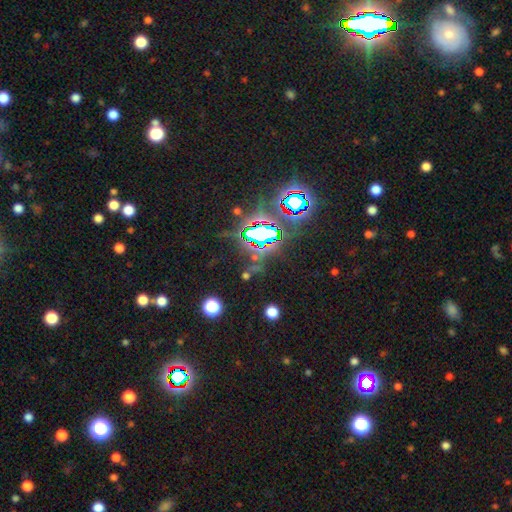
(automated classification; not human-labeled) Overall: star or artifact (78%).